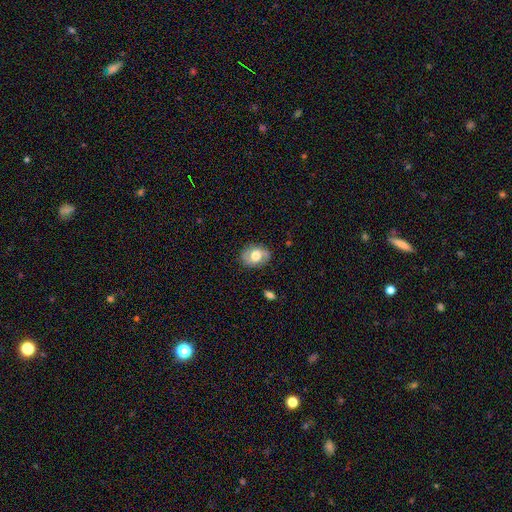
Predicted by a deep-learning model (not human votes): Q: Smooth or featured?
A: smooth (57%); runner-up: featured or disk (35%)
Q: How rounded?
A: in between (64%); runner-up: round (35%)
Q: Merging?
A: none (80%); runner-up: minor disturbance (15%)